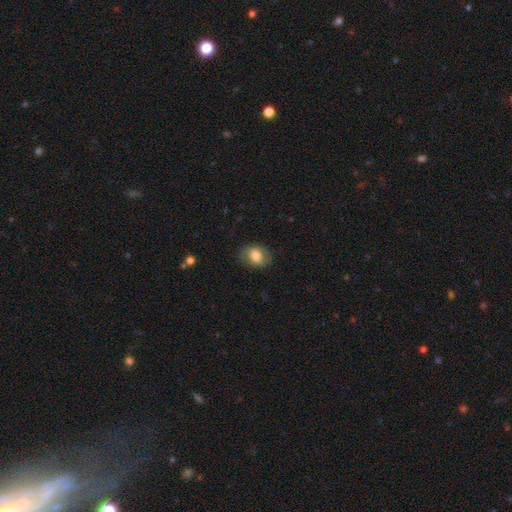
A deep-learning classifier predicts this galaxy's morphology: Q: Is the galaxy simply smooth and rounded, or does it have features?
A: smooth — 69%.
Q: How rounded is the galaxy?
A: in between — 67%.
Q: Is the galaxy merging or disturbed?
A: none — 76%.